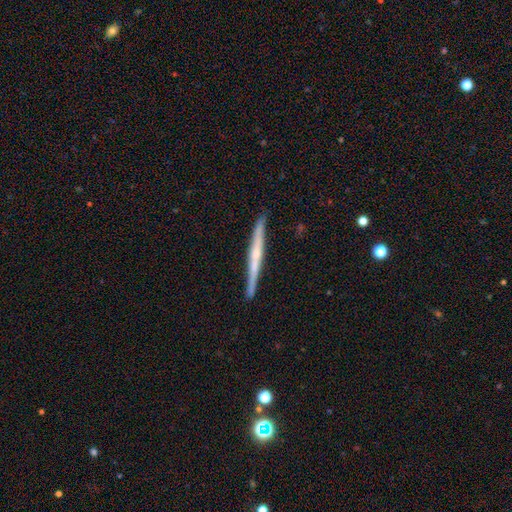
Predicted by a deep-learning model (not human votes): Smooth or featured? Predicted: featured or disk (p=0.66). Edge-on disk? Predicted: yes (p=0.98). Edge-on bulge? Predicted: none (p=0.46). Merging? Predicted: none (p=0.90).